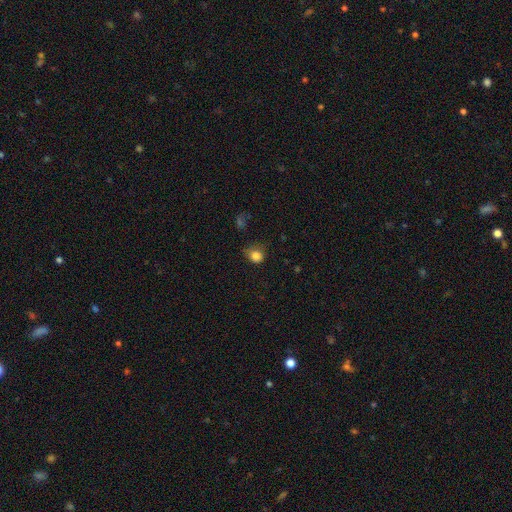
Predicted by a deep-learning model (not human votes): Q: Smooth or featured?
A: smooth (83%); runner-up: star or artifact (11%)
Q: How rounded?
A: round (74%); runner-up: in between (25%)
Q: Merging?
A: none (57%); runner-up: minor disturbance (29%)